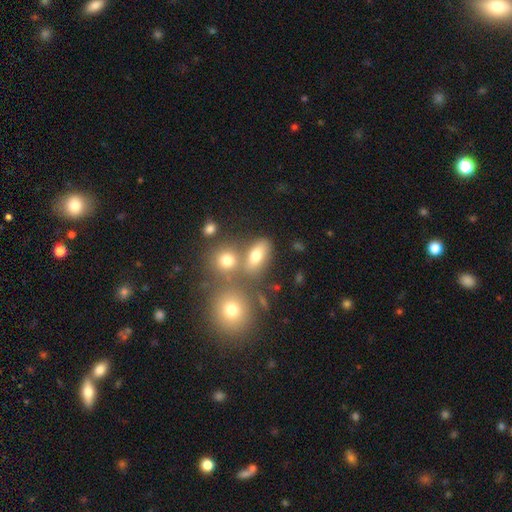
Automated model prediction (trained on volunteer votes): Smooth or featured? smooth (73%)
How rounded? in between (69%)
Merging? none (57%)